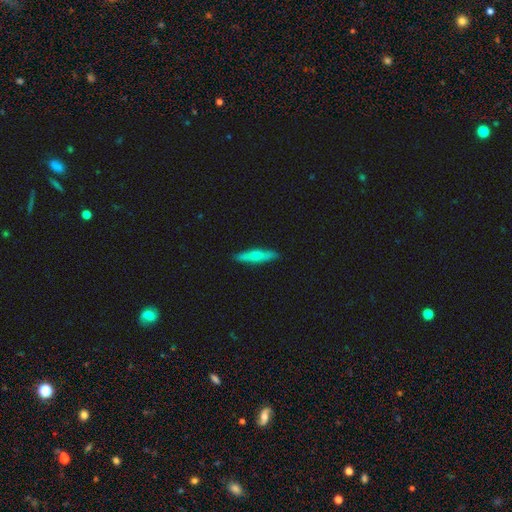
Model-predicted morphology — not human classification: A featured or disk galaxy (49%).

Vote fractions:
- Smooth or featured? featured or disk: 49% / smooth: 44% / star or artifact: 7%
- Merging? none: 90% / minor disturbance: 7% / major disturbance: 1% / merger: 1%